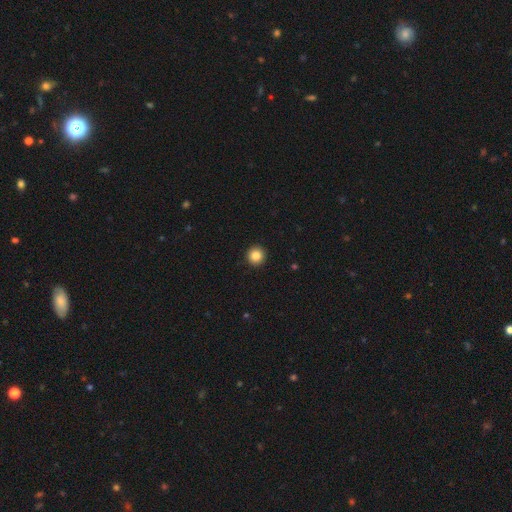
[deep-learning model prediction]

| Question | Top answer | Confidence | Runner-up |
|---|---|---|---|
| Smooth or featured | smooth | 85% | star or artifact (10%) |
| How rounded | round | 96% | in between (3%) |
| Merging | none | 94% | minor disturbance (4%) |